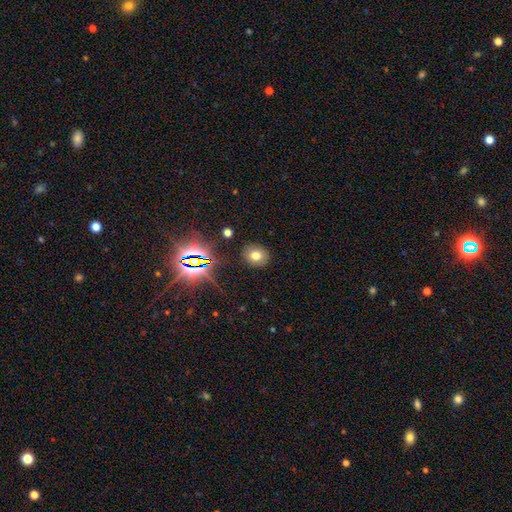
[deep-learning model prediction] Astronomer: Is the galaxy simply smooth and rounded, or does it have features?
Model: smooth — 71%.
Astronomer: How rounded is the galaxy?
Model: round — 73%.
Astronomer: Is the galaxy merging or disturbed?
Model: none — 88%.